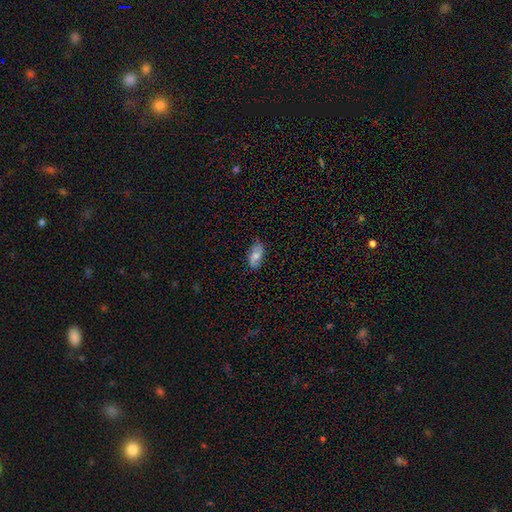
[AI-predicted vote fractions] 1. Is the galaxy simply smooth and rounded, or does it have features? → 63% smooth, 30% featured or disk, 7% star or artifact.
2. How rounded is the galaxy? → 91% in between, 6% cigar-shaped, 4% round.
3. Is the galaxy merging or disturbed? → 80% none, 16% minor disturbance, 3% major disturbance, 1% merger.